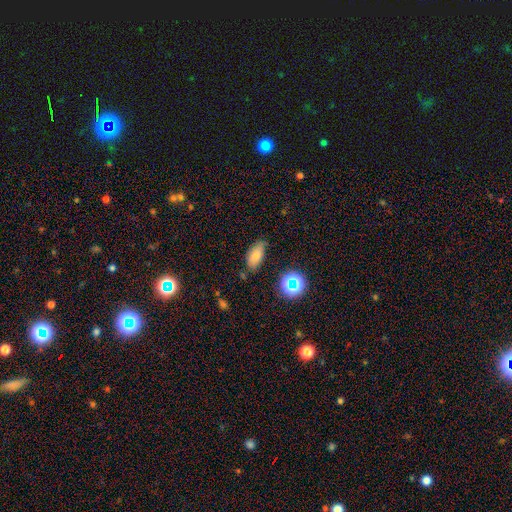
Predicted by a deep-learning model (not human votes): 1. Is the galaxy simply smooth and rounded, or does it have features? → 72% smooth, 14% featured or disk, 14% star or artifact.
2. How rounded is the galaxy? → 88% in between, 6% round, 6% cigar-shaped.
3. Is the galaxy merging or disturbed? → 66% none, 25% minor disturbance, 5% major disturbance, 4% merger.